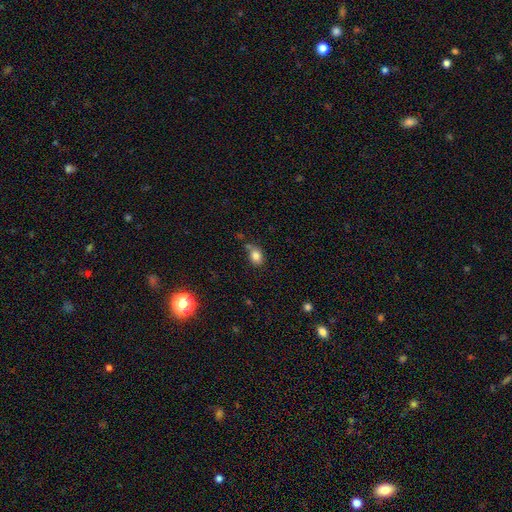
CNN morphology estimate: The model was most divided on "how rounded": in between: 62%, round: 36%, cigar-shaped: 1%. More confident: smooth or featured — smooth (82%); merging — none (58%).